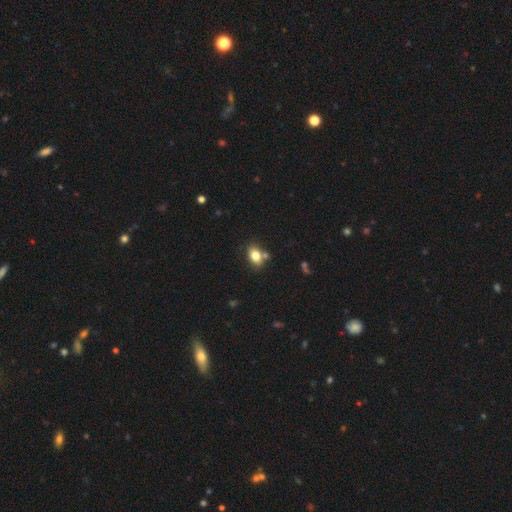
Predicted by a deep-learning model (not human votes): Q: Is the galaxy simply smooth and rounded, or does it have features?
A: smooth — 80%.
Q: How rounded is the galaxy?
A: in between — 74%.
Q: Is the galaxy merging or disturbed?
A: none — 68%.